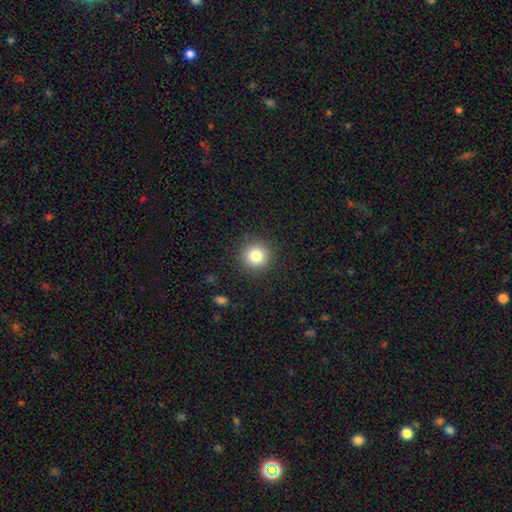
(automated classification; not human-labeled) Smooth or featured? Predicted: smooth (p=0.82). How rounded? Predicted: round (p=0.94). Merging? Predicted: none (p=0.90).